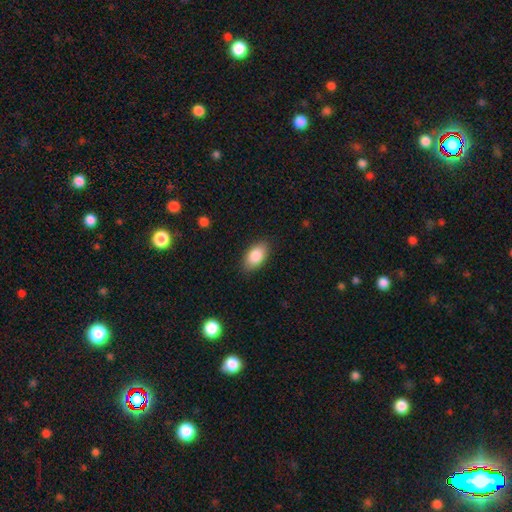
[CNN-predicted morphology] This is clearly a smooth galaxy (87%). How rounded: clearly in between (93%). Merging: clearly none (86%).